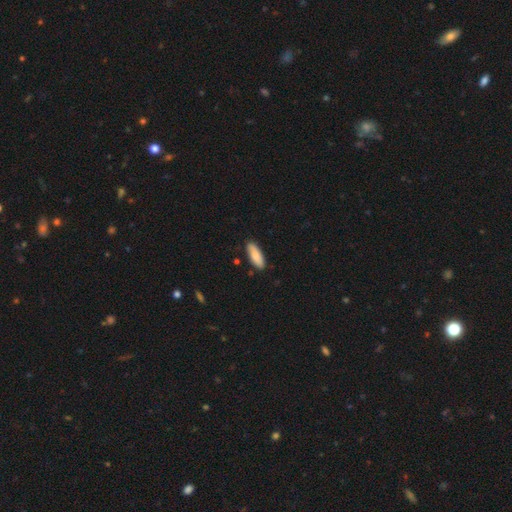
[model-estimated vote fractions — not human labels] A smooth galaxy with no disk features (80%) that is in between round and cigar-shaped (67%). Merging: none (86%).